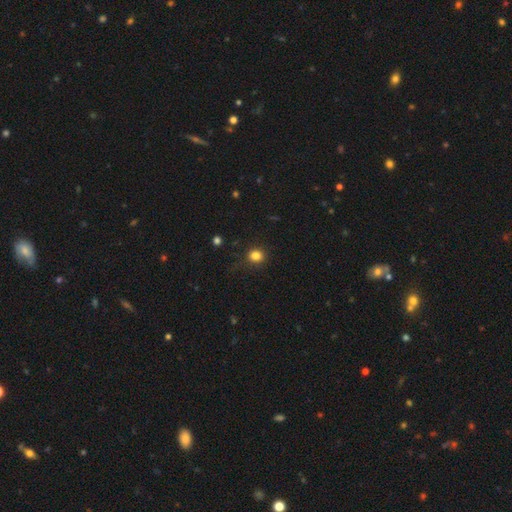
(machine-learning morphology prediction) Overall: smooth (83%). How rounded: round (78%). Merging: none (84%).